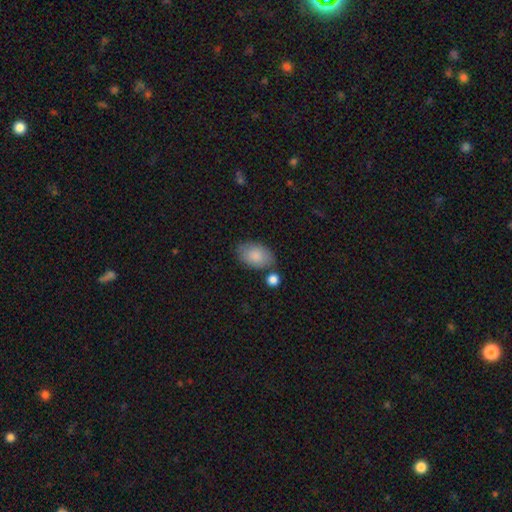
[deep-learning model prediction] This is clearly a smooth galaxy (85%). How rounded: clearly in between (91%). Merging: likely none (68%).